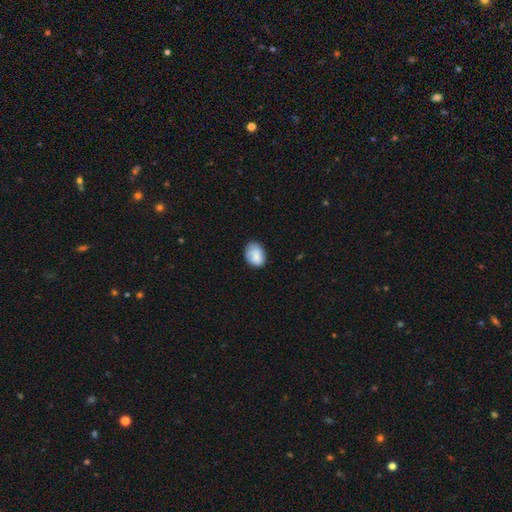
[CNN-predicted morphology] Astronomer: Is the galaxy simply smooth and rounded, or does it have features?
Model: smooth — 82%.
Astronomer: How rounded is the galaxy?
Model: in between — 66%.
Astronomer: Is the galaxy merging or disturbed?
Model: none — 69%.